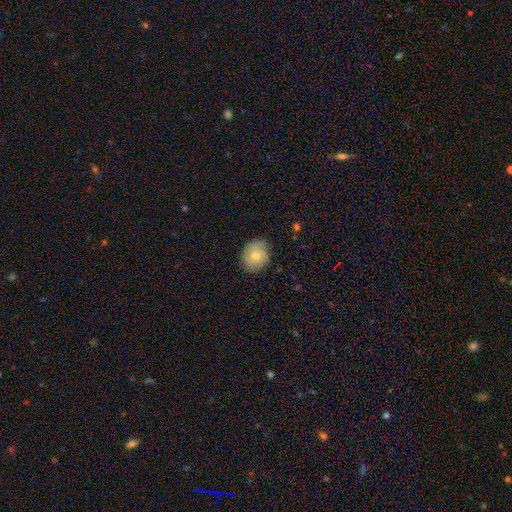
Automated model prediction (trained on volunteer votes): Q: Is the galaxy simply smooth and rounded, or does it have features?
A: featured or disk — 49%.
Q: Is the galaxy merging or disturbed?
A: none — 79%.